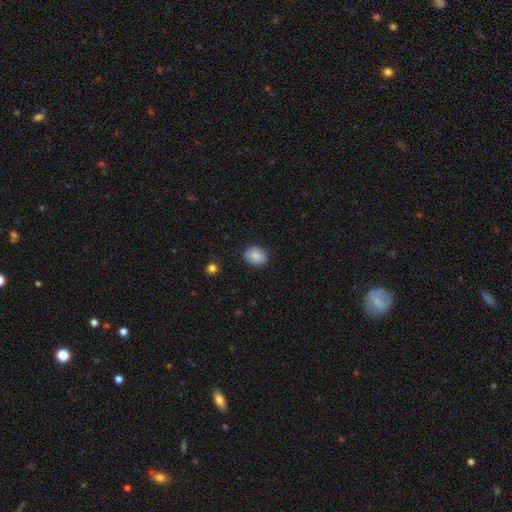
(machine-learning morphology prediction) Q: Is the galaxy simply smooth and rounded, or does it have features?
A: smooth — 86%.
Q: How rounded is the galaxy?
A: in between — 60%.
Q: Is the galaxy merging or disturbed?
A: none — 83%.